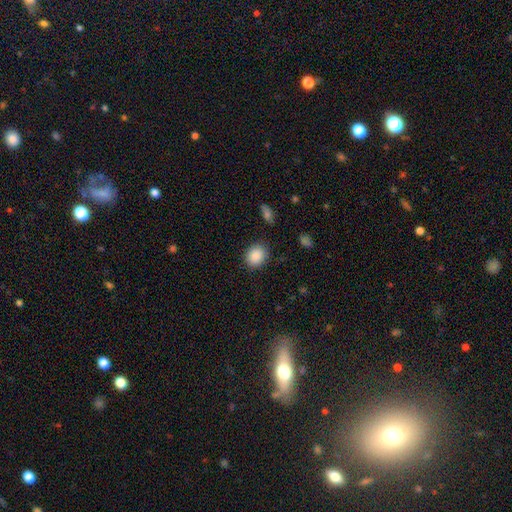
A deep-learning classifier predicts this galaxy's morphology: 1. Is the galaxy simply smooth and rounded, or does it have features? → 88% smooth, 8% star or artifact, 4% featured or disk.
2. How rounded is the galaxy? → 52% round, 47% in between, 1% cigar-shaped.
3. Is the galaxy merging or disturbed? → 85% none, 10% minor disturbance, 3% major disturbance, 2% merger.